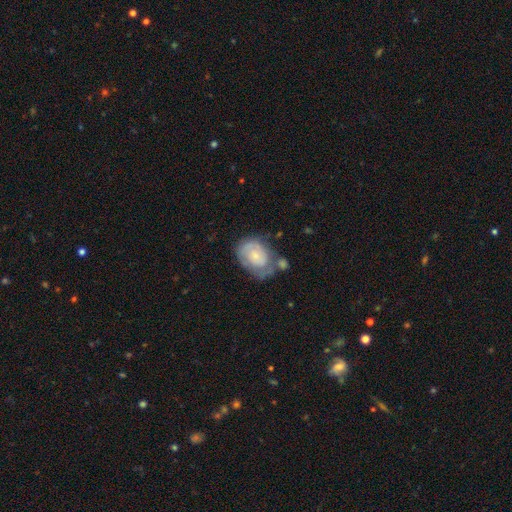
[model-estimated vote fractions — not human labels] featured or disk 53%, smooth 41%, star or artifact 7%. Down the decision tree: edge-on disk — no (97%); bar — no (78%); spiral arms — yes (72%); bulge size — small (61%); merging — none (43%).